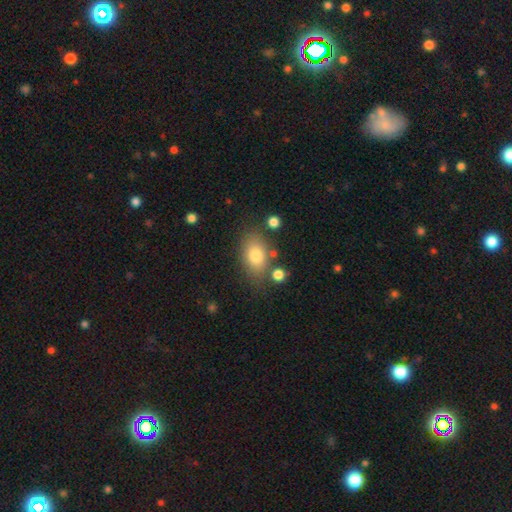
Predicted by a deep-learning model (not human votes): This is likely a smooth galaxy (78%). How rounded: clearly in between (83%). Merging: likely none (72%).